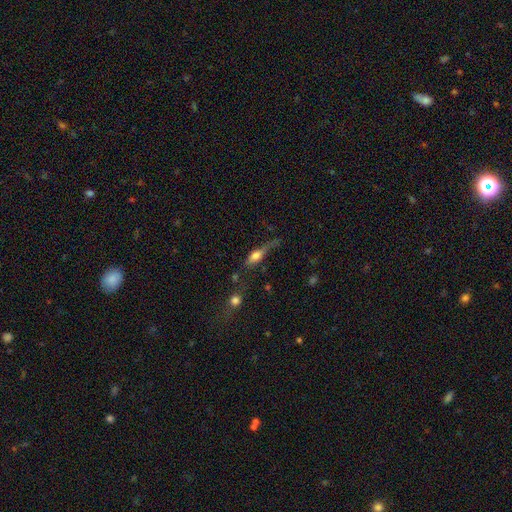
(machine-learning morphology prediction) This appears to be a smooth galaxy with no disk features (58%) that is in between round and cigar-shaped (55%). Merging: none (35%).